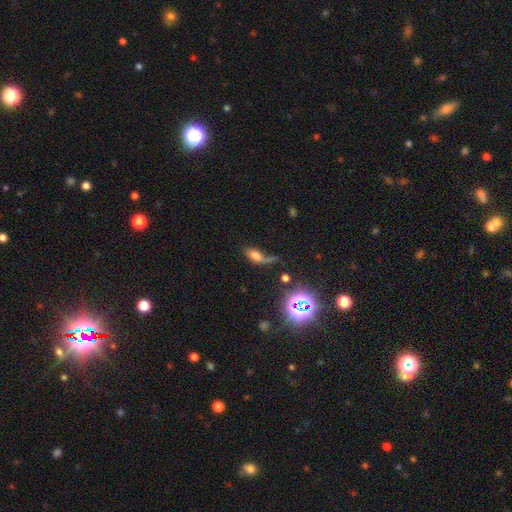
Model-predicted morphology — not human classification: A smooth galaxy with no disk features (53%) that is in between round and cigar-shaped (72%).

Vote fractions:
- Smooth or featured? smooth: 53% / featured or disk: 29% / star or artifact: 19%
- How rounded? in between: 72% / cigar-shaped: 17% / round: 11%
- Merging? major disturbance: 37% / none: 29% / minor disturbance: 22% / merger: 13%